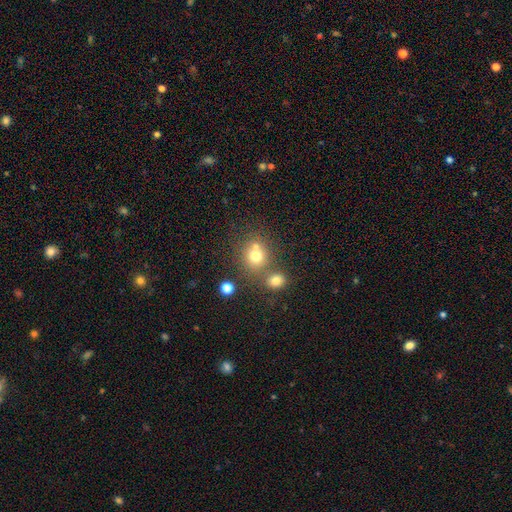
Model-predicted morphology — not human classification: Overall: smooth (72%). How rounded: round (84%). Merging: none (56%; merger 32%).